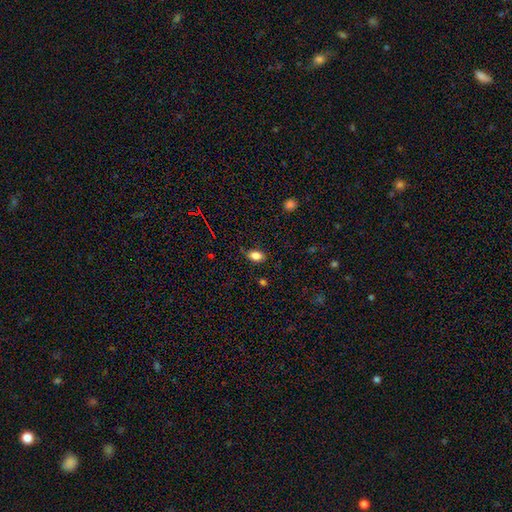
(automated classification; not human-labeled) smooth_or_featured: smooth (p=0.82) [alt: star or artifact p=0.10]
how_rounded: in between (p=0.84) [alt: round p=0.13]
merging: none (p=0.80) [alt: minor disturbance p=0.15]